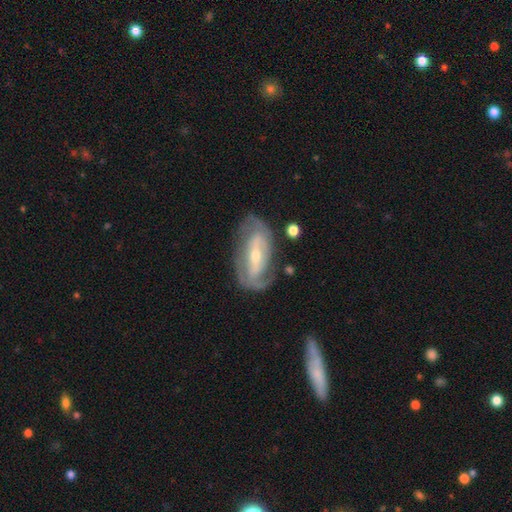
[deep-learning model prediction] This is clearly a featured or disk galaxy (81%). It is clearly not viewed edge-on (92%). Bar: possibly strong (49%). Spiral arm pattern: clearly yes (86%). Spiral arm count: likely 2 (66%). Spiral winding: possibly tight (48%). Central bulge: possibly small (52%). Merging: likely none (70%).